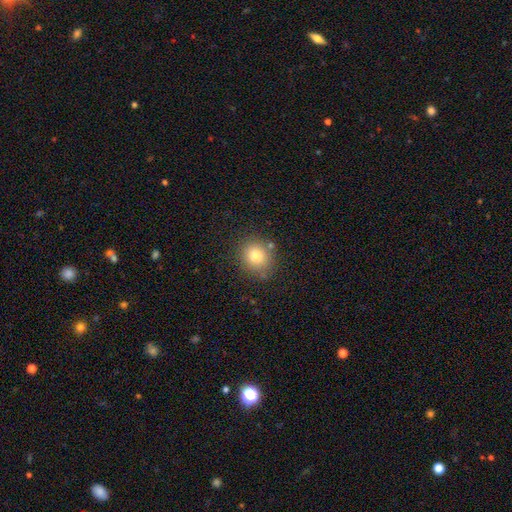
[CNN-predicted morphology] A smooth galaxy with no disk features (79%) that is round (83%).

Vote fractions:
- Smooth or featured? smooth: 79% / star or artifact: 12% / featured or disk: 9%
- How rounded? round: 83% / in between: 16% / cigar-shaped: 1%
- Merging? none: 82% / minor disturbance: 11% / merger: 4% / major disturbance: 3%